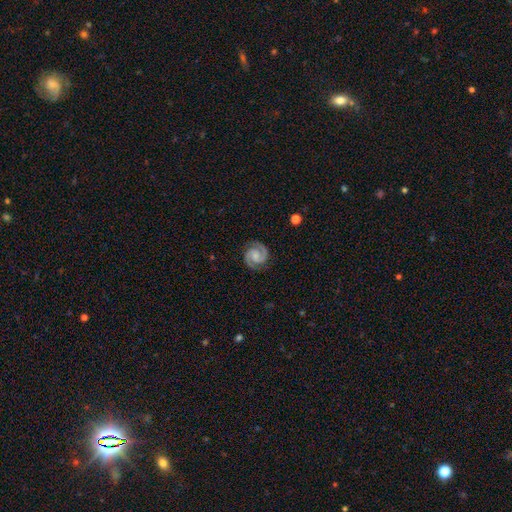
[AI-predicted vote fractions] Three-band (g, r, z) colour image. It shows a featured or disk galaxy (91%) with no bar (53%), 2 (94%) tight (55%) spiral arms (99%) and a small central bulge (42%). Merging: none (87%).